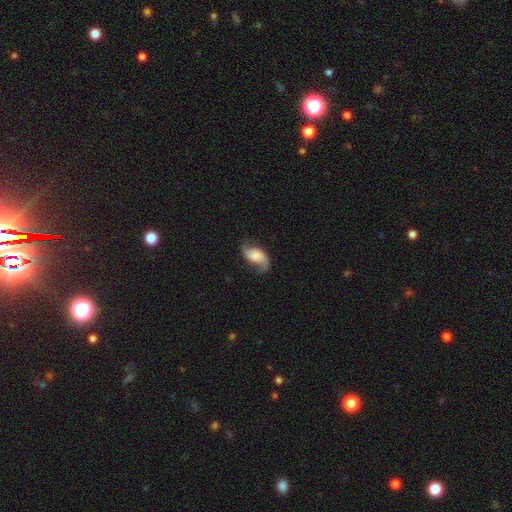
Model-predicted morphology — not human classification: Smooth or featured: featured or disk — 76% (smooth — 17%)
Edge-on disk: no — 97% (yes — 3%)
Bar: no — 60% (weak — 30%)
Spiral arms: yes — 95% (no — 5%)
Spiral winding: loose — 68% (medium — 25%)
Spiral arm count: 2 — 91% (1 — 4%)
Bulge size: none — 31% (large — 27%)
Merging: none — 71% (minor disturbance — 18%)